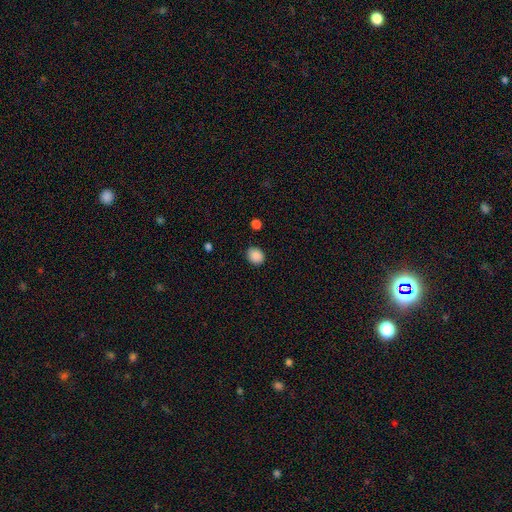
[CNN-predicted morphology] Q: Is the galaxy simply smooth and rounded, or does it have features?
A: smooth — 88%.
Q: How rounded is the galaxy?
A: round — 66%.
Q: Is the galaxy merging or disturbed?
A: none — 86%.